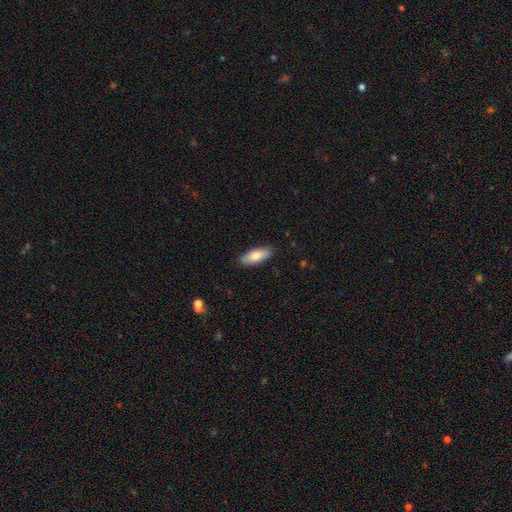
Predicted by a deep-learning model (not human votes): This appears to be a smooth galaxy with no disk features (81%) that is in between round and cigar-shaped (80%). Merging: none (88%).